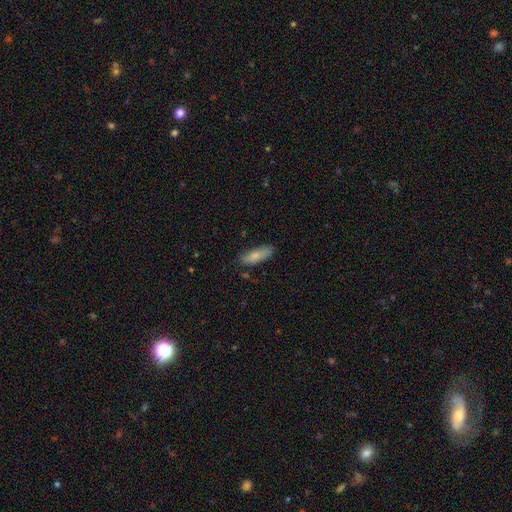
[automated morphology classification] type=smooth (80%); roundness=in between (56%); merging=none (74%).